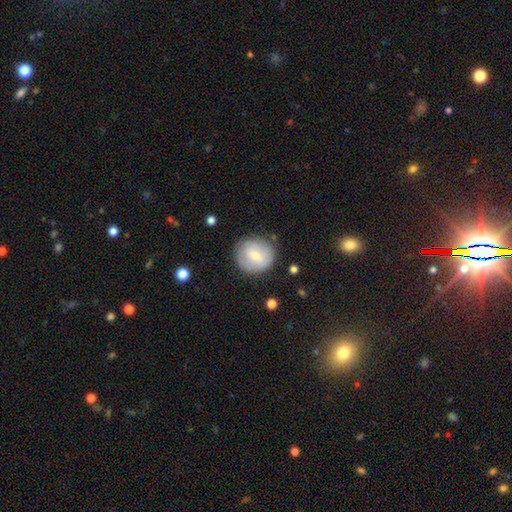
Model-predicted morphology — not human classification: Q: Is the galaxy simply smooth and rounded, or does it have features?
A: smooth — 60%.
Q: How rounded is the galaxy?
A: round — 88%.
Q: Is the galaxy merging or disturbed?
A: none — 80%.